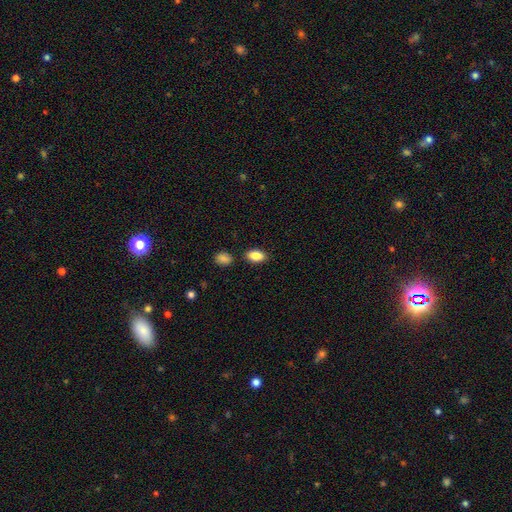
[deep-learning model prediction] Morphology: type=smooth (87%); roundness=in between (91%); merging=none (84%).